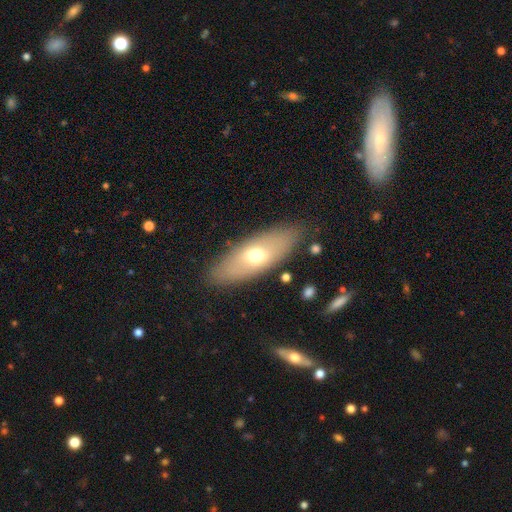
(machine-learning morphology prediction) Smooth or featured: smooth — 59% (featured or disk — 34%)
How rounded: in between — 75% (cigar-shaped — 22%)
Merging: none — 84% (minor disturbance — 10%)